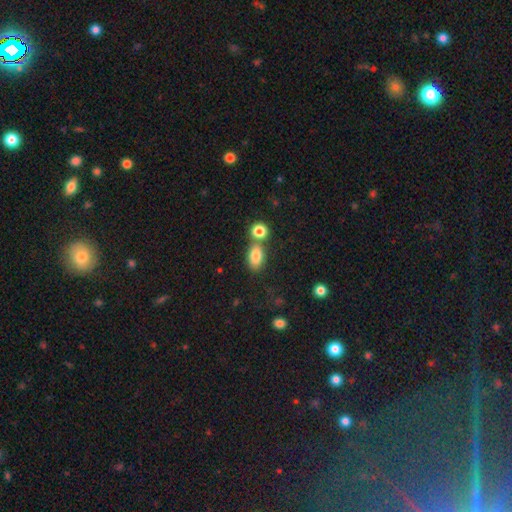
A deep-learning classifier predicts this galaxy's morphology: smooth 82%, star or artifact 10%, featured or disk 9%. Down the decision tree: how rounded — in between (85%); merging — none (60%).